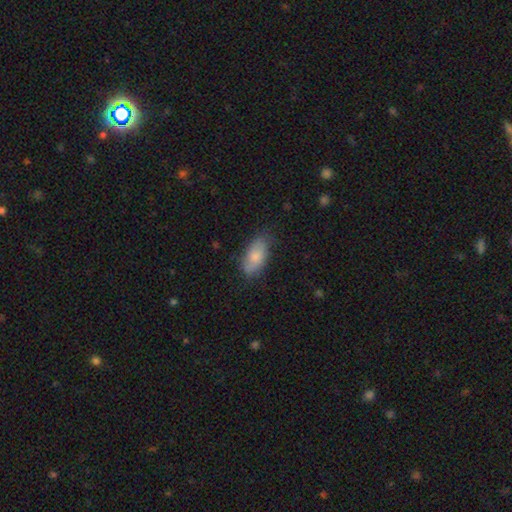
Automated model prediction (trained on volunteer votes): This appears to be a smooth galaxy with no disk features (74%) that is in between round and cigar-shaped (89%). Merging: none (71%).